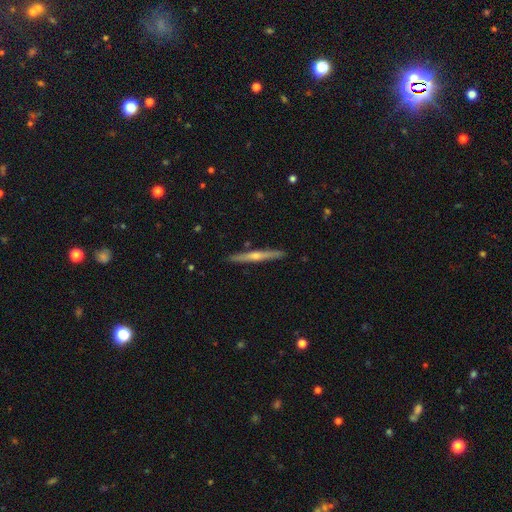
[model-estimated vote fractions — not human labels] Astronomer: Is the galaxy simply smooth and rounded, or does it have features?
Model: featured or disk — 68%.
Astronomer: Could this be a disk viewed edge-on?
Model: yes — 97%.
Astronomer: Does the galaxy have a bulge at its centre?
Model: rounded — 78%.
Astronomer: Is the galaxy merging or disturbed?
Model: none — 91%.